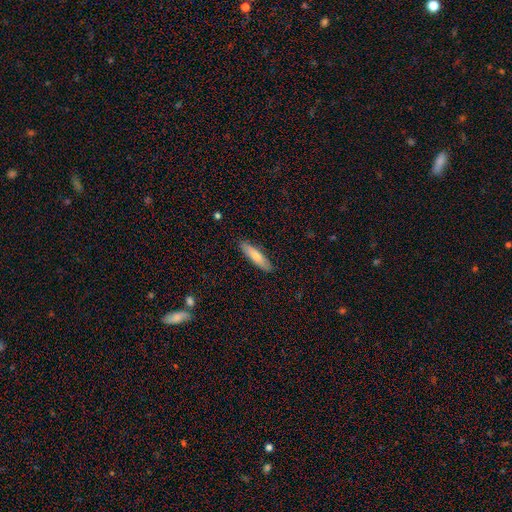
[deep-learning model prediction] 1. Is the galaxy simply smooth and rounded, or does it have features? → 77% smooth, 18% featured or disk, 5% star or artifact.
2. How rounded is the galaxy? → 69% cigar-shaped, 30% in between, 1% round.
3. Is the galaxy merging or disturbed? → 89% none, 9% minor disturbance, 2% major disturbance, 1% merger.